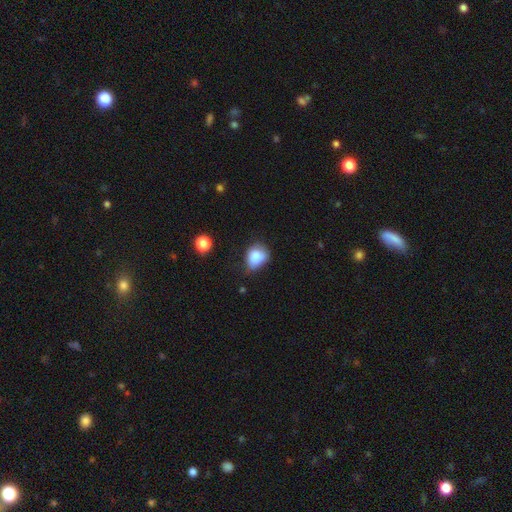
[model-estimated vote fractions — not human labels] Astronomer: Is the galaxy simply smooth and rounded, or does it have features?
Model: smooth — 79%.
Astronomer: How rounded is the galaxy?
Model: round — 50% (runner-up: in between, 49%).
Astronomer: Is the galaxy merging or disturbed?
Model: minor disturbance — 43% (runner-up: none, 39%).